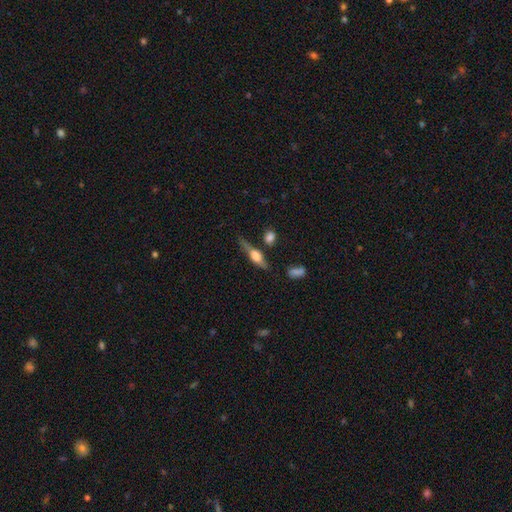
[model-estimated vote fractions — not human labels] featured or disk 62%, smooth 30%, star or artifact 7%. Down the decision tree: edge-on disk — yes (93%); edge-on bulge — rounded (84%); merging — none (66%).